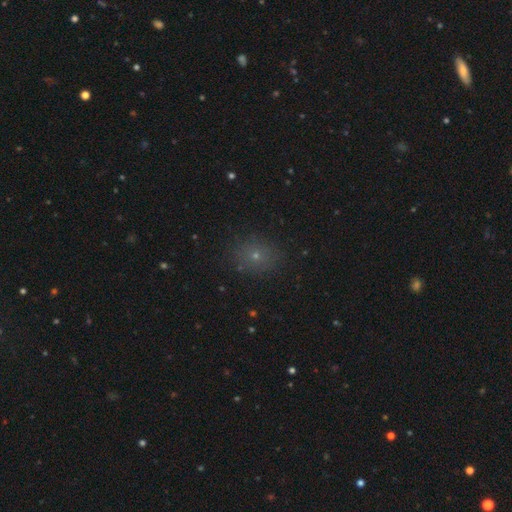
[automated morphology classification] This appears to be a smooth galaxy with no disk features (67%) that is round (68%). Merging: none (85%).